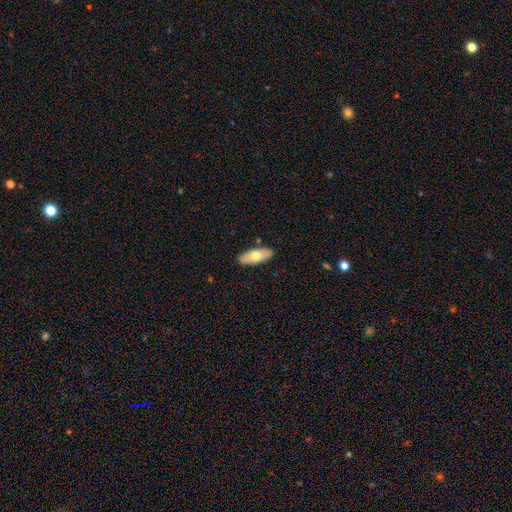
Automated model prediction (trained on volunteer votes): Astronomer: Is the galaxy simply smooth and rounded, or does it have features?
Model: smooth — 66%.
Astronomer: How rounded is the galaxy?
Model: in between — 84%.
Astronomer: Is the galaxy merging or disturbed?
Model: none — 87%.